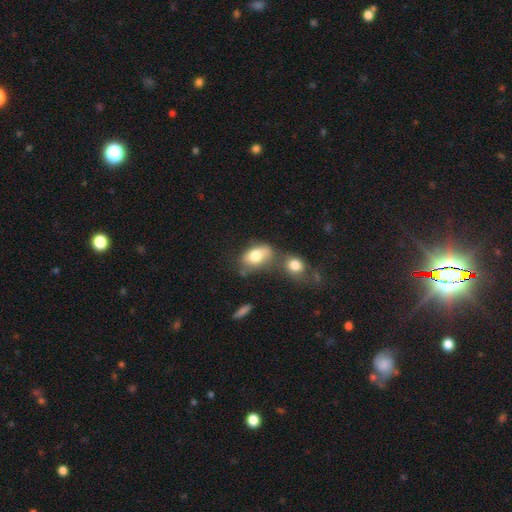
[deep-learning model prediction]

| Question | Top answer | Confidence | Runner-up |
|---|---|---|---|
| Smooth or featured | smooth | 76% | featured or disk (16%) |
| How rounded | in between | 82% | round (16%) |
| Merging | none | 38% | merger (35%) |